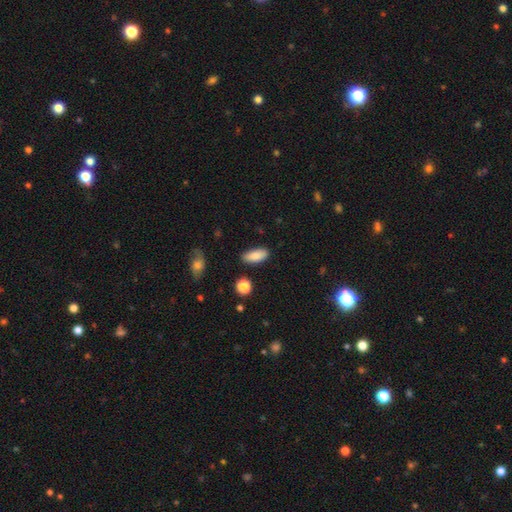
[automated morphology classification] This is clearly a smooth galaxy (87%). How rounded: clearly in between (84%). Merging: clearly none (85%).